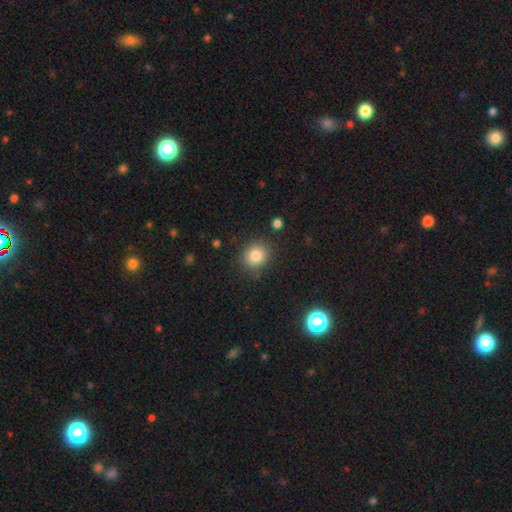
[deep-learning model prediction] Smooth or featured?
  - smooth: 83% *
  - star or artifact: 10%
  - featured or disk: 6%
How rounded?
  - round: 80% *
  - in between: 19%
  - cigar-shaped: 1%
Merging?
  - none: 85% *
  - minor disturbance: 10%
  - major disturbance: 3%
  - merger: 2%